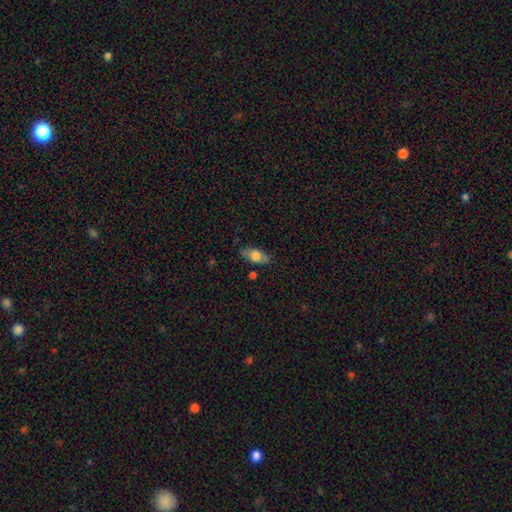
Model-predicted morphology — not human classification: Smooth or featured: smooth — 67% (featured or disk — 25%)
How rounded: in between — 81% (cigar-shaped — 15%)
Merging: none — 77% (minor disturbance — 17%)